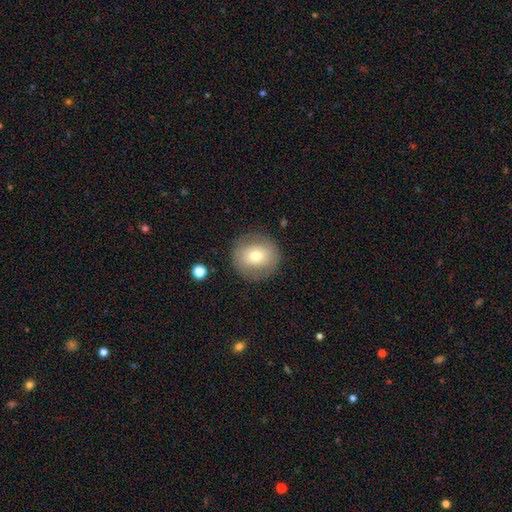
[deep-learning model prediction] Smooth or featured? Predicted: smooth (p=0.66). How rounded? Predicted: round (p=0.89). Merging? Predicted: none (p=0.85).